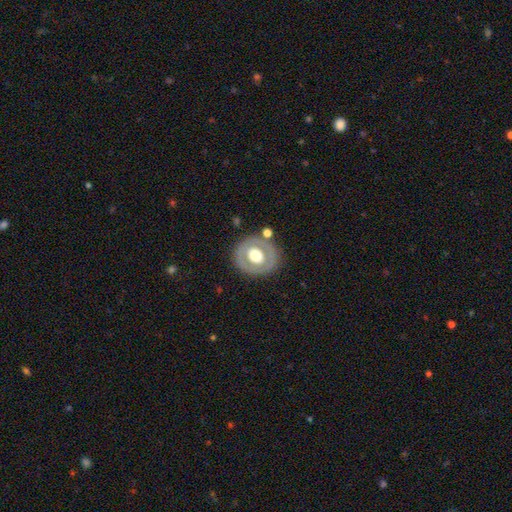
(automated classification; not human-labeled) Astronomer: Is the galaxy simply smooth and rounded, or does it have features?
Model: featured or disk — 53% (runner-up: smooth, 41%).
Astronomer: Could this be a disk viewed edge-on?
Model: no — 94%.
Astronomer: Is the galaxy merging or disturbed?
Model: none — 79%.